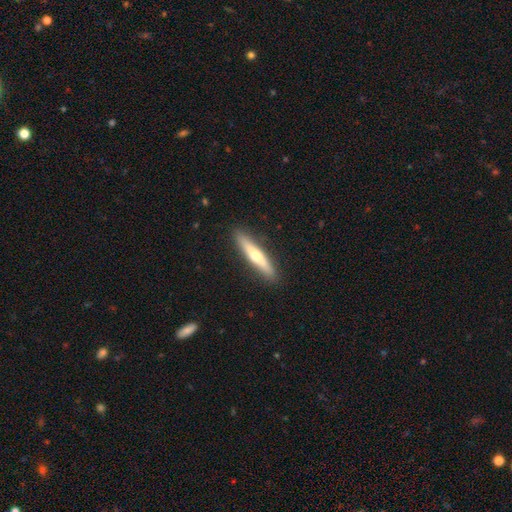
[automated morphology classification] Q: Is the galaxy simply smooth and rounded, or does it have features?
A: featured or disk — 48%.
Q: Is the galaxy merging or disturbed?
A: none — 91%.